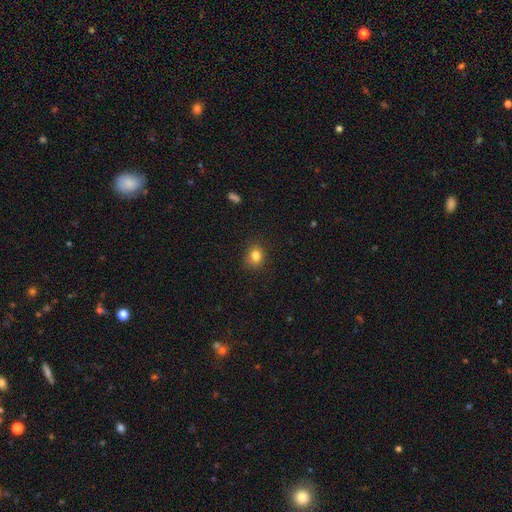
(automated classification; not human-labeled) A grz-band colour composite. It shows a smooth galaxy with no disk features (83%) that is round (62%). Merging: none (85%).